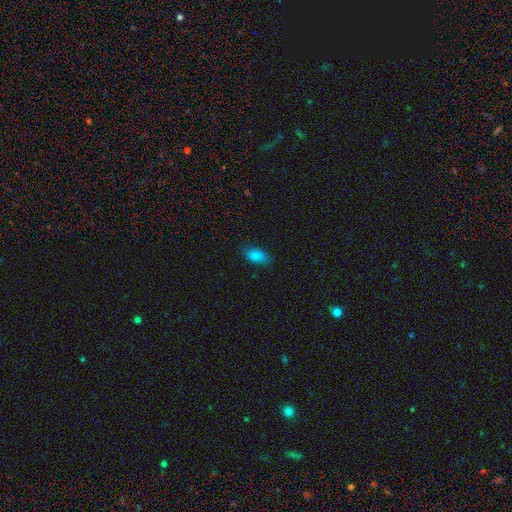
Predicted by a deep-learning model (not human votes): Smooth or featured?
  - smooth: 83% *
  - star or artifact: 9%
  - featured or disk: 7%
How rounded?
  - in between: 88% *
  - cigar-shaped: 7%
  - round: 5%
Merging?
  - none: 80% *
  - minor disturbance: 16%
  - major disturbance: 3%
  - merger: 1%